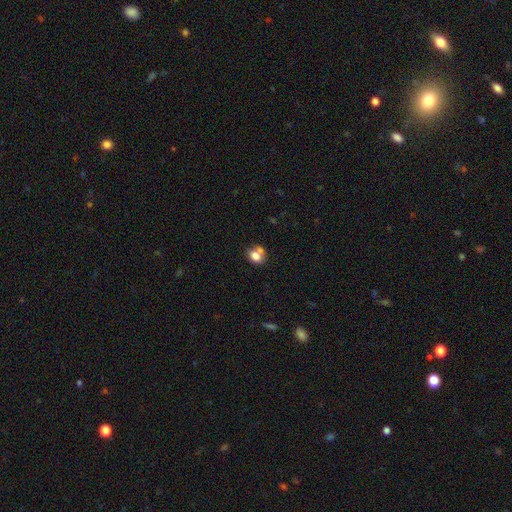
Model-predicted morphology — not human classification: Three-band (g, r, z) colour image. It shows a smooth galaxy with no disk features (77%) that is round (50%). Merging: none (47%).